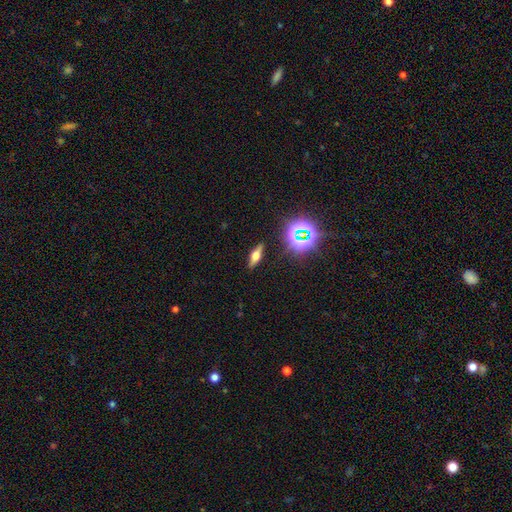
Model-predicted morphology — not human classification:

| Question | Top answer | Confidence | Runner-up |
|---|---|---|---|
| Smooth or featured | featured or disk | 48% | smooth (35%) |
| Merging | none | 89% | minor disturbance (8%) |